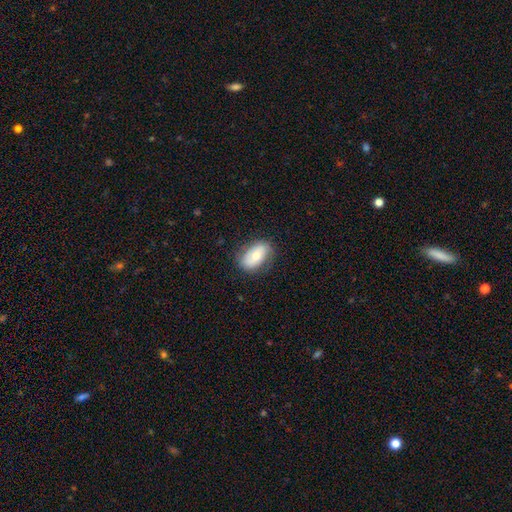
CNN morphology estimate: A smooth galaxy with no disk features (62%) that is in between round and cigar-shaped (90%). Merging: none (76%).